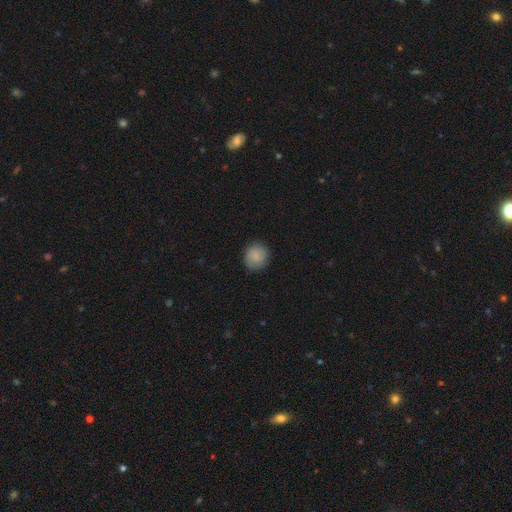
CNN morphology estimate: A smooth galaxy with no disk features (87%) that is round (89%).

Vote fractions:
- Smooth or featured? smooth: 87% / star or artifact: 7% / featured or disk: 5%
- How rounded? round: 89% / in between: 10% / cigar-shaped: 1%
- Merging? none: 88% / minor disturbance: 9% / major disturbance: 2% / merger: 1%